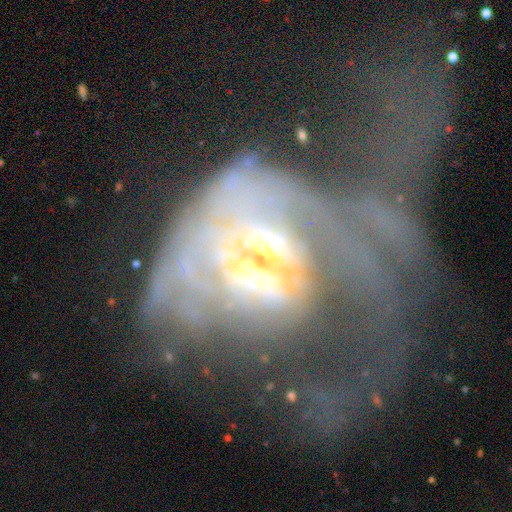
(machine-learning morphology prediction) This is likely a featured or disk galaxy (71%). It is clearly not viewed edge-on (96%). Bar: likely no (71%). Spiral arm pattern: possibly no (53%). Central bulge: marginally moderate (39%). Merging: possibly major disturbance (55%).